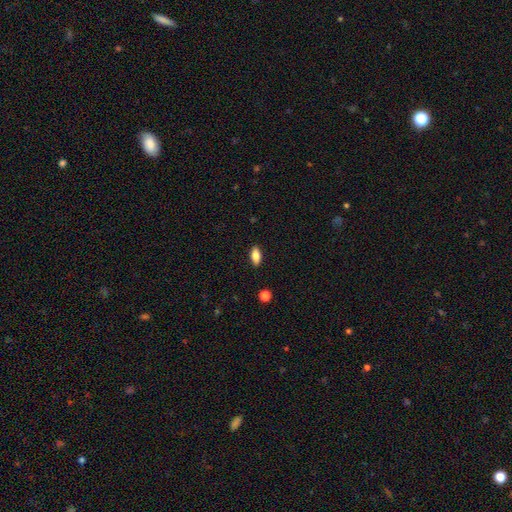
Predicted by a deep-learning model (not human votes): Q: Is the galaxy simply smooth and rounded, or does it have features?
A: smooth — 79%.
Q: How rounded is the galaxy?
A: in between — 86%.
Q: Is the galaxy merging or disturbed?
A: none — 89%.